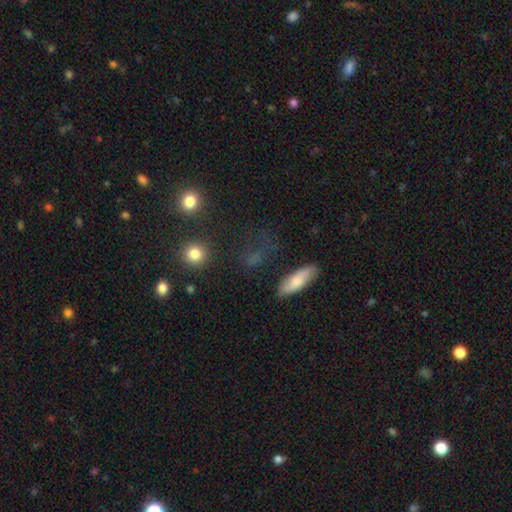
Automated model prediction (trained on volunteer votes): This is possibly a smooth galaxy (58%). How rounded: marginally round (43%). Merging: likely none (69%).